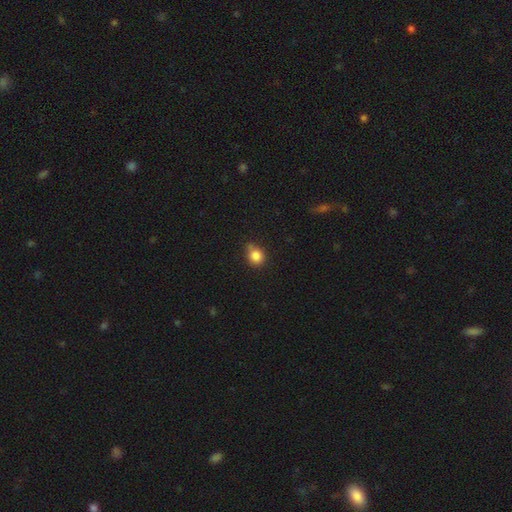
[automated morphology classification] A smooth galaxy with no disk features (84%) that is round (78%). Merging: none (64%).